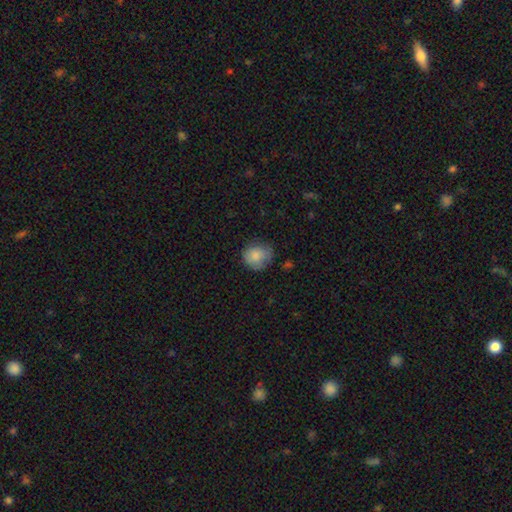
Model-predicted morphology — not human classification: Smooth or featured: smooth — 84% (featured or disk — 8%)
How rounded: round — 77% (in between — 22%)
Merging: none — 67% (minor disturbance — 25%)